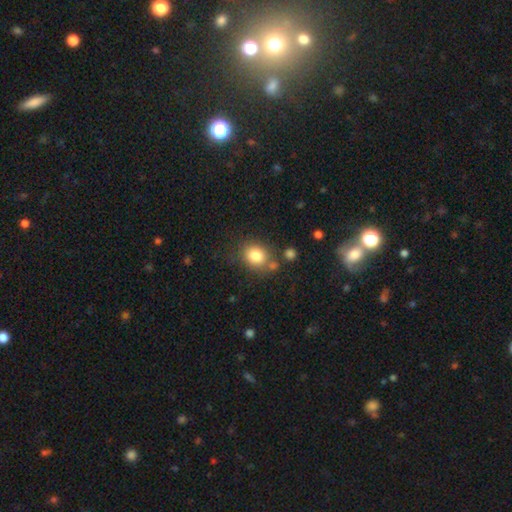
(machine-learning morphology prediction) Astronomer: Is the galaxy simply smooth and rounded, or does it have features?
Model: smooth — 82%.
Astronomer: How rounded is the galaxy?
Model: round — 62% (runner-up: in between, 37%).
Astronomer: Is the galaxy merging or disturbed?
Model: none — 71%.